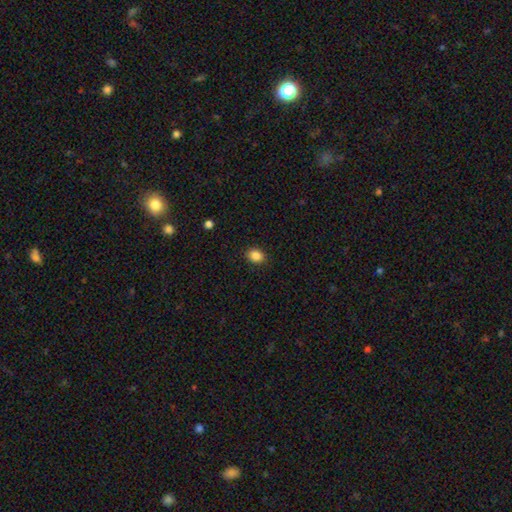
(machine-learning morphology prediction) Overall: smooth (87%). How rounded: in between (52%; round 47%). Merging: none (89%).